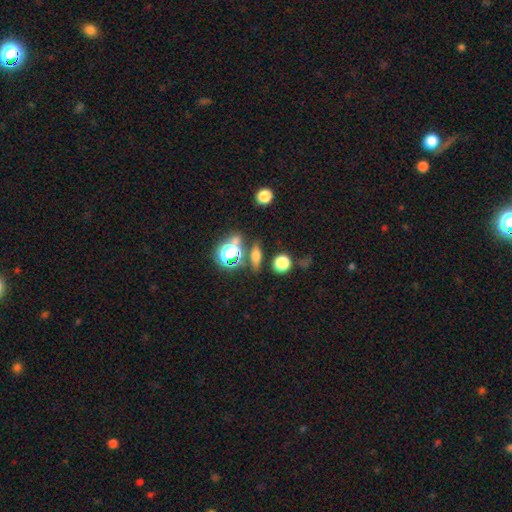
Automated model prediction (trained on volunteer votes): Smooth or featured?
  - smooth: 51% *
  - star or artifact: 25%
  - featured or disk: 24%
How rounded?
  - in between: 42% *
  - cigar-shaped: 32%
  - round: 26%
Merging?
  - none: 80% *
  - minor disturbance: 10%
  - merger: 7%
  - major disturbance: 4%